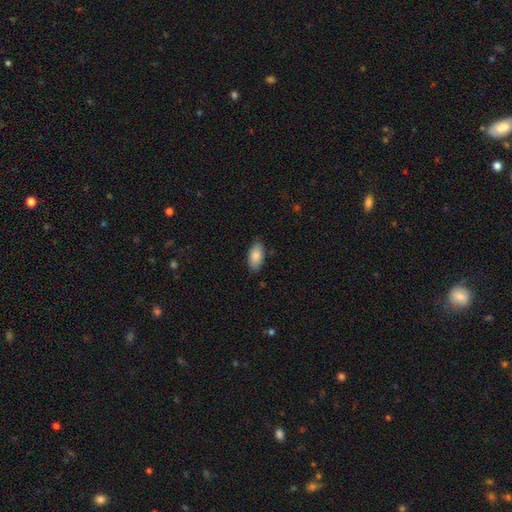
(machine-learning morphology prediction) smooth 86%, featured or disk 8%, star or artifact 6%. Down the decision tree: how rounded — in between (92%); merging — none (83%).